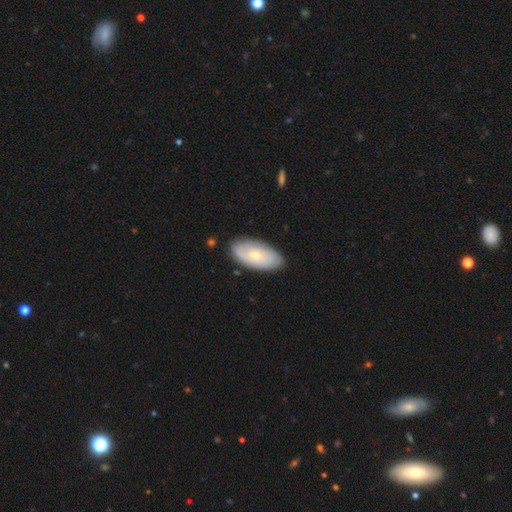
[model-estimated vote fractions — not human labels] Smooth or featured? Predicted: smooth (p=0.53). How rounded? Predicted: in between (p=0.92). Merging? Predicted: none (p=0.84).